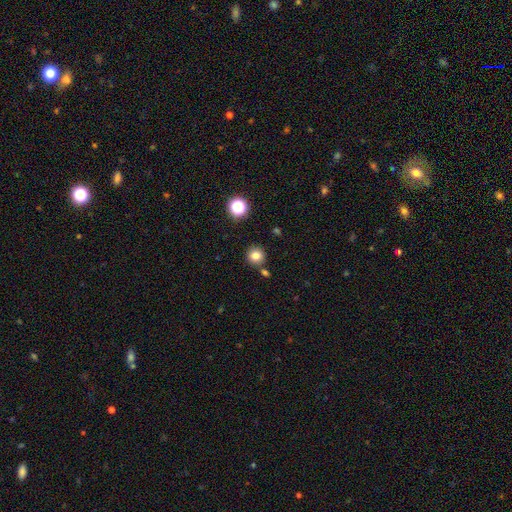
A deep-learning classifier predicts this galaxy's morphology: This is likely a smooth galaxy (80%). How rounded: clearly round (93%). Merging: clearly none (81%).